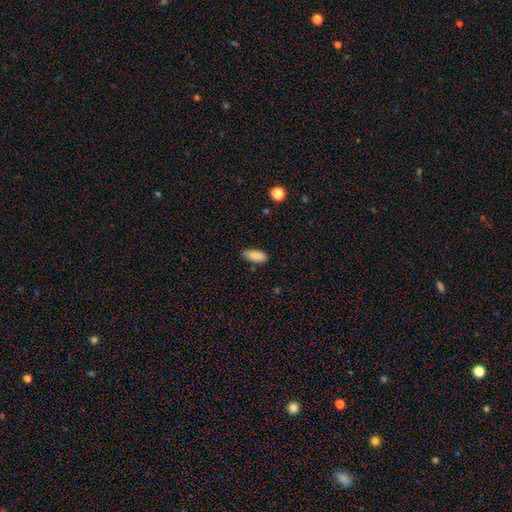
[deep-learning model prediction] Smooth or featured? smooth (86%)
How rounded? in between (81%)
Merging? none (84%)